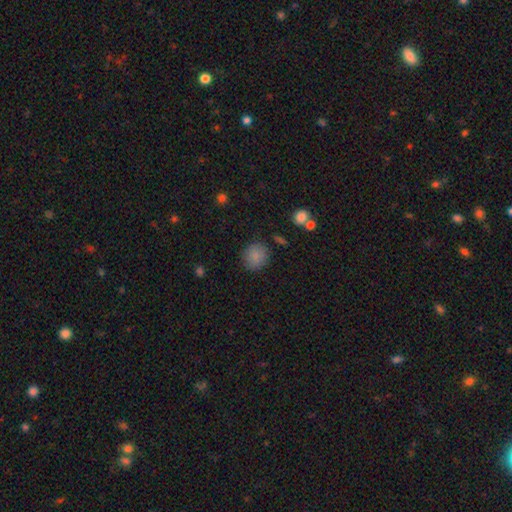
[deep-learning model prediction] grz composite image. It shows a smooth galaxy with no disk features (85%) that is round (84%). Merging: none (84%).